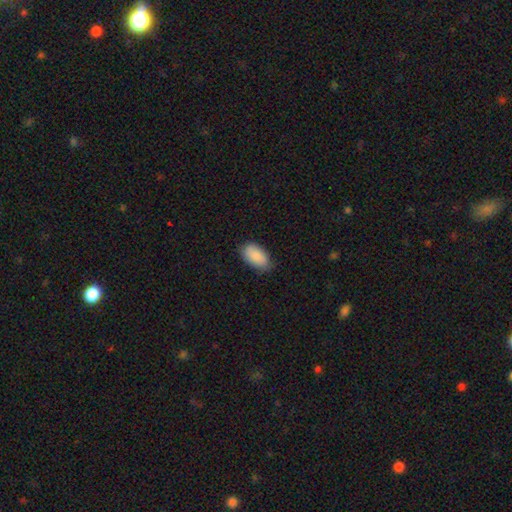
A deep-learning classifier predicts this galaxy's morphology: smooth-or-featured: smooth: 89% | star or artifact: 6% | featured or disk: 5%
  how-rounded: in between: 94% | round: 4% | cigar-shaped: 2%
  merging: none: 76% | minor disturbance: 20% | major disturbance: 3% | merger: 1%